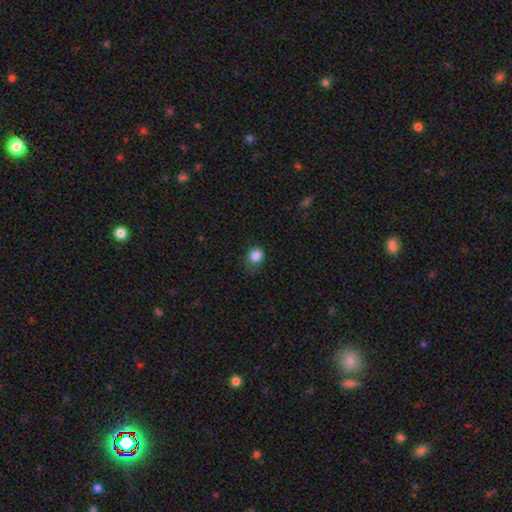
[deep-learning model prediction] smooth-or-featured: smooth: 85% | star or artifact: 11% | featured or disk: 4%
  how-rounded: round: 65% | in between: 34% | cigar-shaped: 1%
  merging: none: 56% | minor disturbance: 31% | major disturbance: 11% | merger: 2%